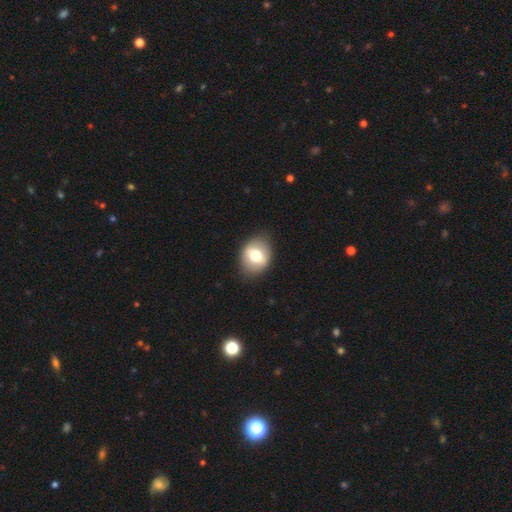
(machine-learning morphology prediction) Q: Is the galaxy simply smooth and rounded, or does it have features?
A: smooth — 65%.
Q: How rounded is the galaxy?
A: in between — 57%.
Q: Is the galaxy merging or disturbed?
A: none — 85%.